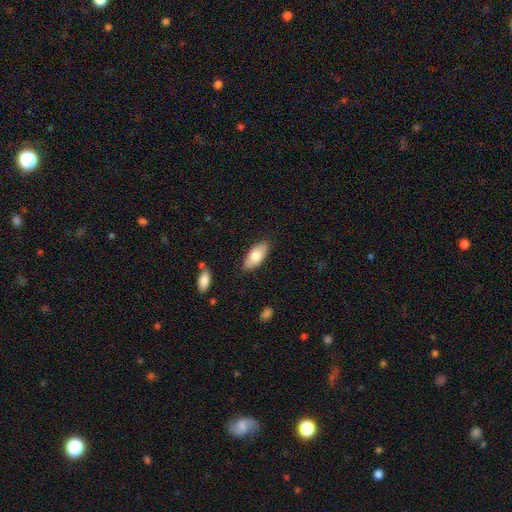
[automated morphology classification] Smooth or featured: smooth — 78% (featured or disk — 17%)
How rounded: in between — 91% (cigar-shaped — 7%)
Merging: none — 85% (minor disturbance — 11%)